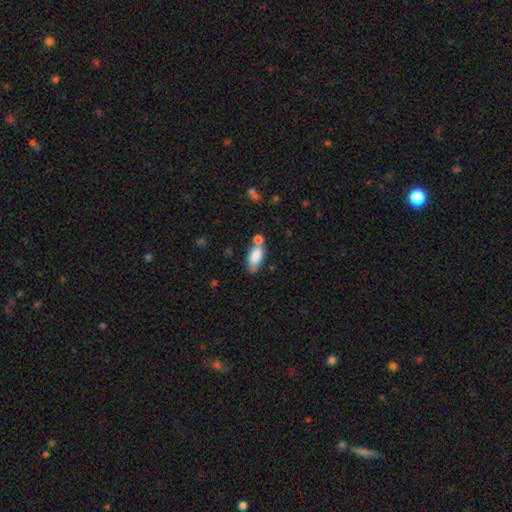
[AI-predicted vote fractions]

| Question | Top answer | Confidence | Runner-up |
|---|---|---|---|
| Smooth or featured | smooth | 82% | featured or disk (11%) |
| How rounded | in between | 85% | cigar-shaped (12%) |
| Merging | none | 52% | merger (25%) |